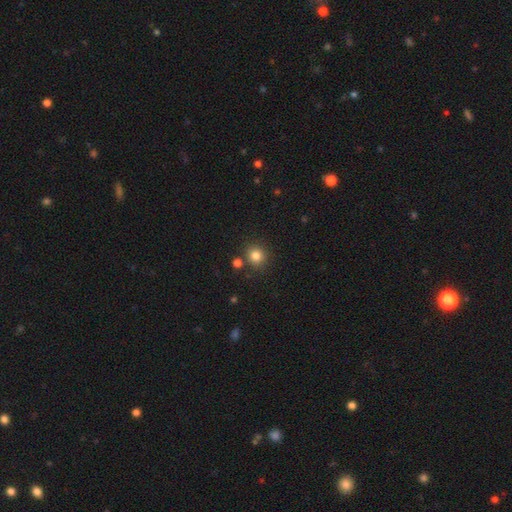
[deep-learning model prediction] Q: Smooth or featured?
A: smooth (82%); runner-up: star or artifact (13%)
Q: How rounded?
A: round (90%); runner-up: in between (9%)
Q: Merging?
A: none (84%); runner-up: minor disturbance (7%)